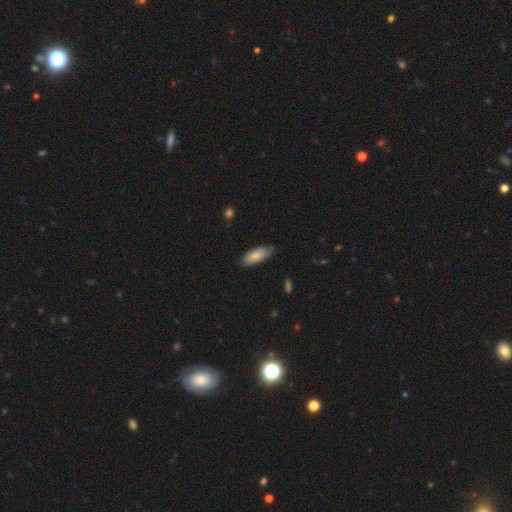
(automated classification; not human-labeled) Q: Smooth or featured?
A: smooth (82%); runner-up: featured or disk (13%)
Q: How rounded?
A: in between (75%); runner-up: cigar-shaped (23%)
Q: Merging?
A: none (72%); runner-up: minor disturbance (23%)